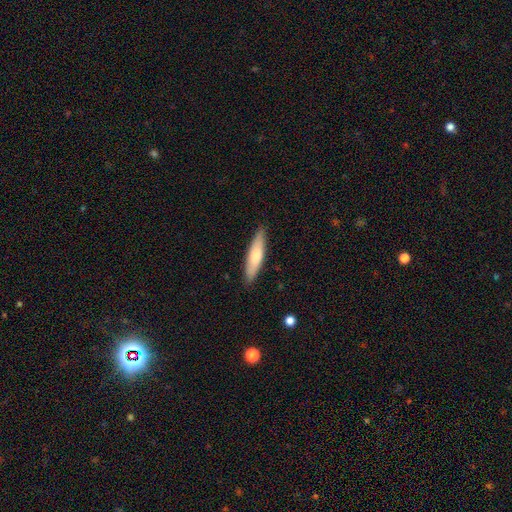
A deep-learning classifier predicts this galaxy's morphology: smooth 69%, featured or disk 25%, star or artifact 5%. Down the decision tree: how rounded — cigar-shaped (74%); merging — none (86%).